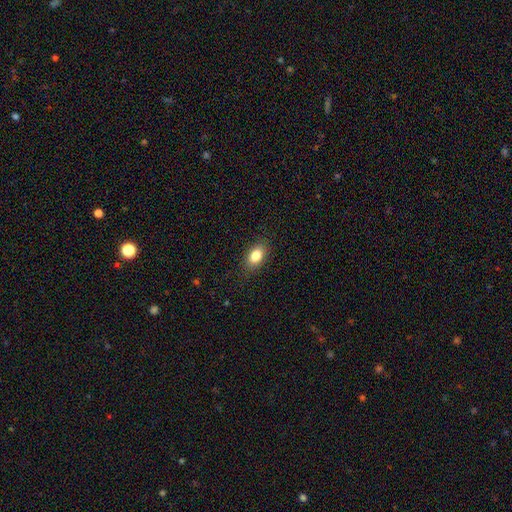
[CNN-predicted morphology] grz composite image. It shows a smooth galaxy with no disk features (83%) that is in between round and cigar-shaped (86%). Merging: none (85%).